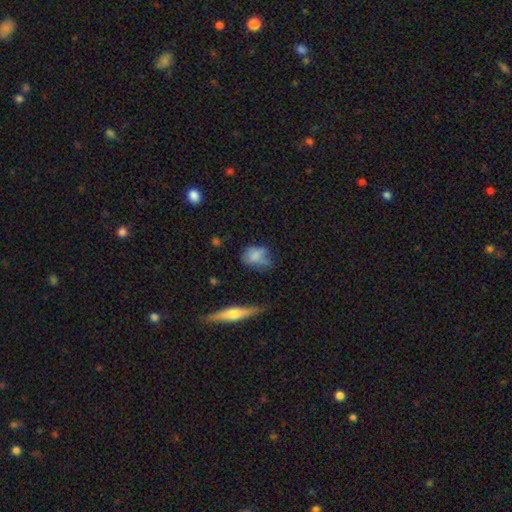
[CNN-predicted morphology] This is likely a smooth galaxy (68%). How rounded: likely in between (68%). Merging: marginally none (40%).